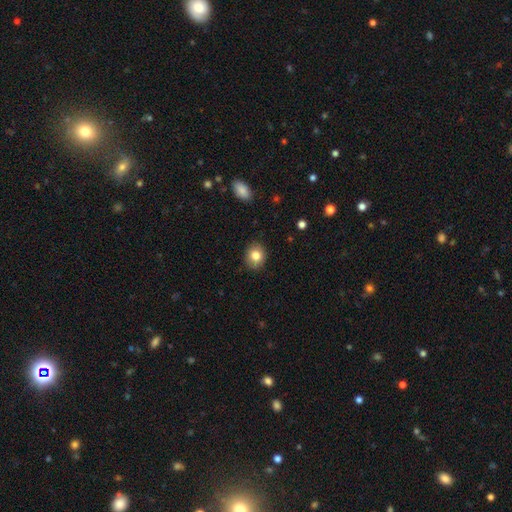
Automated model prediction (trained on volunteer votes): A smooth galaxy with no disk features (82%) that is round (63%). Merging: none (87%).